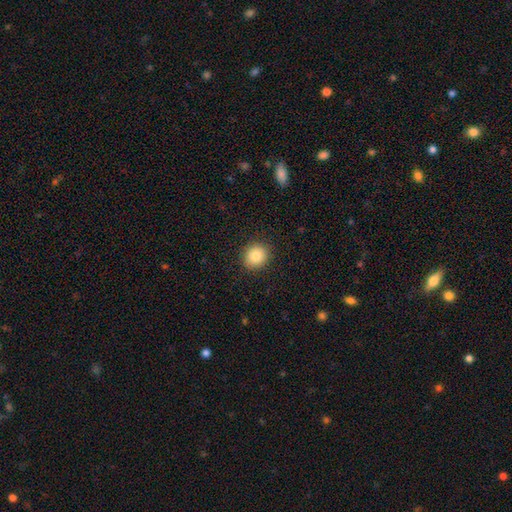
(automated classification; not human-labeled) A smooth galaxy with no disk features (84%) that is round (82%).

Vote fractions:
- Smooth or featured? smooth: 84% / star or artifact: 9% / featured or disk: 7%
- How rounded? round: 82% / in between: 17% / cigar-shaped: 1%
- Merging? none: 90% / minor disturbance: 7% / major disturbance: 2% / merger: 1%